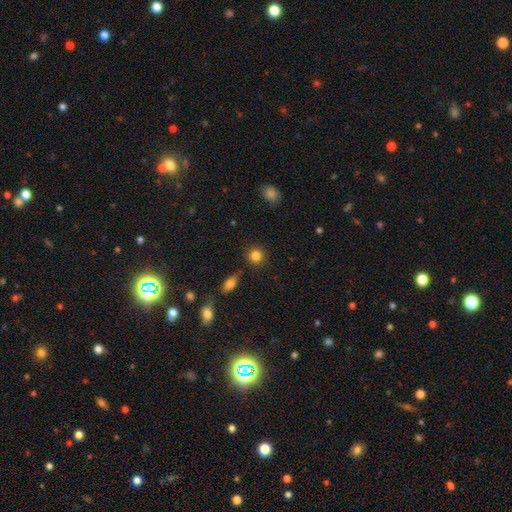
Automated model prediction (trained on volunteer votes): A smooth galaxy with no disk features (84%) that is round (90%).

Vote fractions:
- Smooth or featured? smooth: 84% / star or artifact: 10% / featured or disk: 5%
- How rounded? round: 90% / in between: 9% / cigar-shaped: 1%
- Merging? none: 85% / minor disturbance: 9% / merger: 4% / major disturbance: 3%